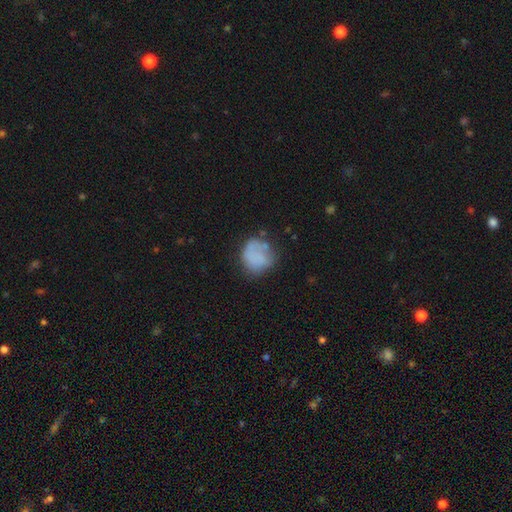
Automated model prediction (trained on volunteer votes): Overall: smooth (70%). How rounded: round (81%). Merging: none (52%; minor disturbance 26%).